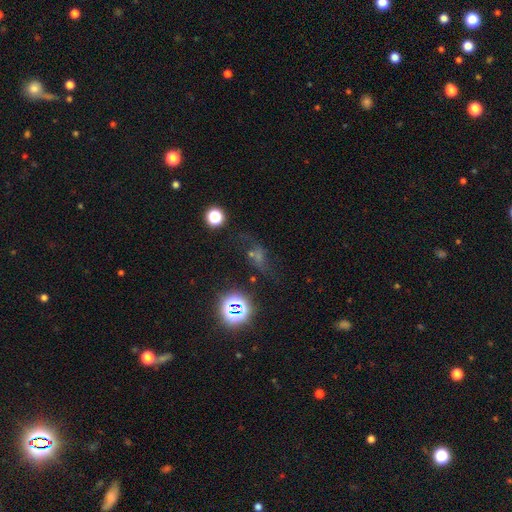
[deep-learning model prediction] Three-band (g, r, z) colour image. It shows a star or artifact, not a galaxy (47%).